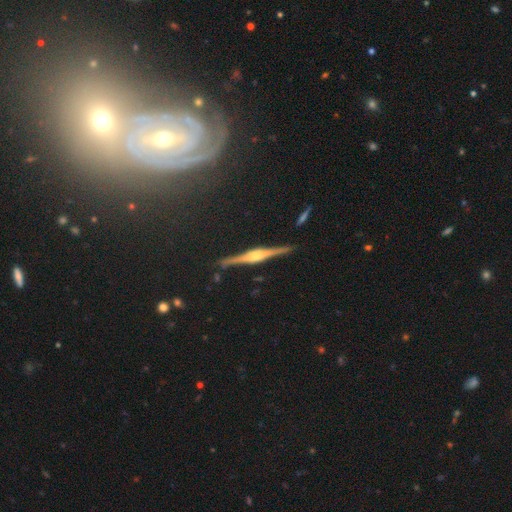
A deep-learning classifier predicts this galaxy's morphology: The model was most divided on "edge-on bulge": rounded: 68%, boxy: 26%, none: 6%. More confident: edge-on disk — yes (98%); merging — none (89%); smooth or featured — featured or disk (83%).